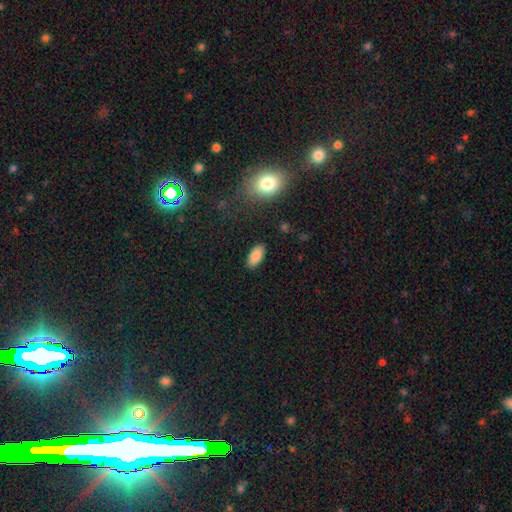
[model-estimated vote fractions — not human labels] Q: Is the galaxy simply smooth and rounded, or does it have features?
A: smooth — 87%.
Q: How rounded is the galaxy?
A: in between — 92%.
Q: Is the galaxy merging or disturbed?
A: none — 88%.